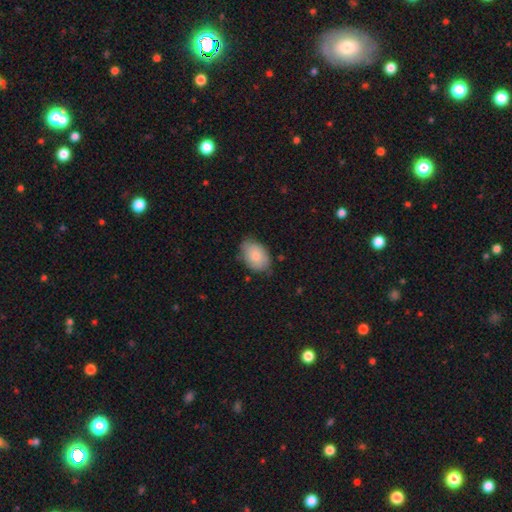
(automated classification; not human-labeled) The model was most divided on "merging": none: 69%, minor disturbance: 25%, major disturbance: 4%, merger: 1%. More confident: how rounded — in between (85%); smooth or featured — smooth (79%).